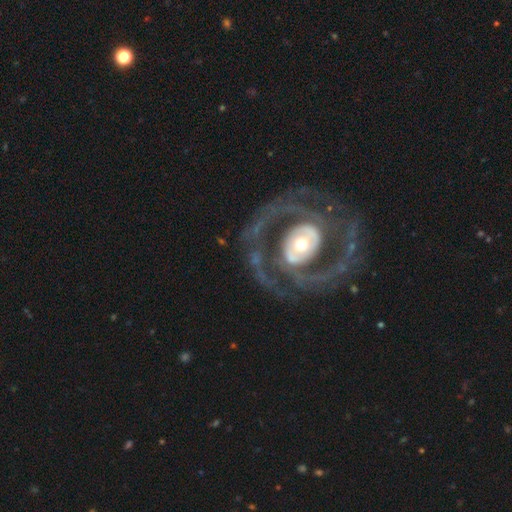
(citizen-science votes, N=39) This appears to be a featured or disk galaxy (85%) with a strong bar (34%, tied with no), 2 (78%) tight (59%) spiral arms (100%) and a moderate central bulge (44%). Merging: none (72%).